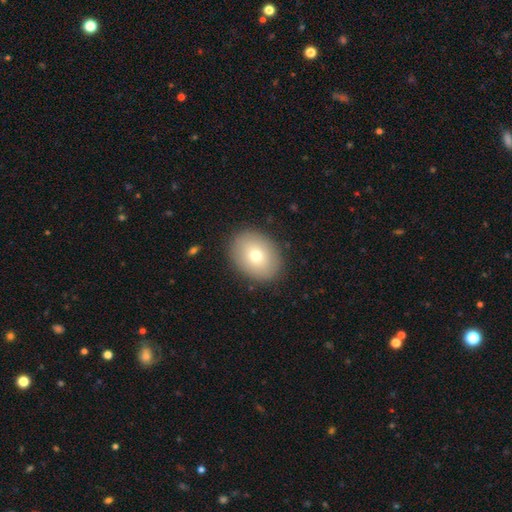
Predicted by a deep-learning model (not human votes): smooth 73%, featured or disk 18%, star or artifact 9%. Down the decision tree: how rounded — in between (65%); merging — none (88%).